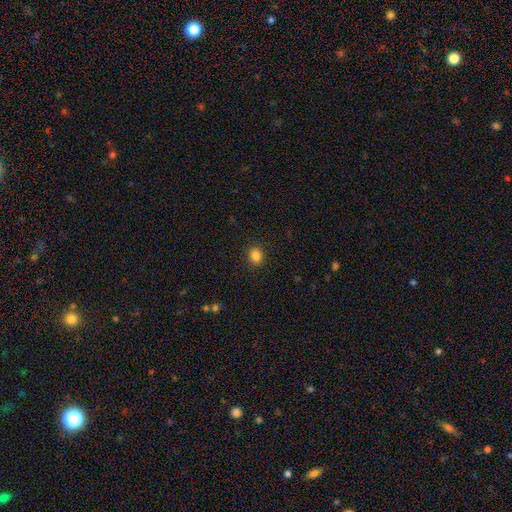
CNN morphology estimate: Smooth or featured: smooth — 85% (star or artifact — 11%)
How rounded: round — 73% (in between — 26%)
Merging: none — 90% (minor disturbance — 7%)